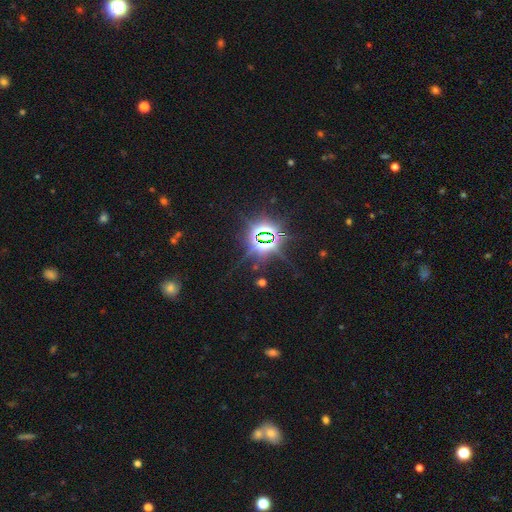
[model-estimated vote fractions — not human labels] This appears to be a star or artifact, not a galaxy (76%).